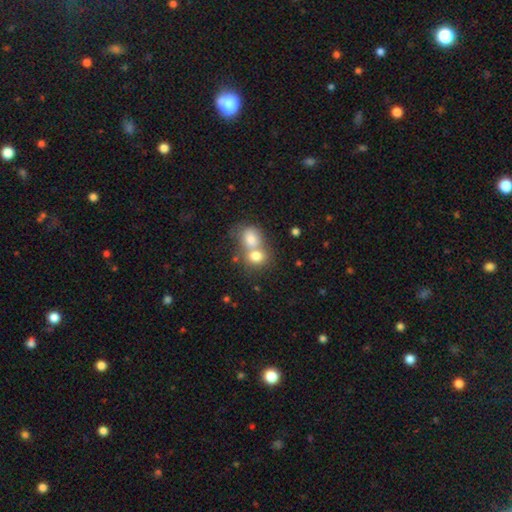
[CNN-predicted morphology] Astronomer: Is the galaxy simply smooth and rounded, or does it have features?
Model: smooth — 76%.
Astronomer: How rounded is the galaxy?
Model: round — 59% (runner-up: in between, 40%).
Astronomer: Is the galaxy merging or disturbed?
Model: merger — 66%.